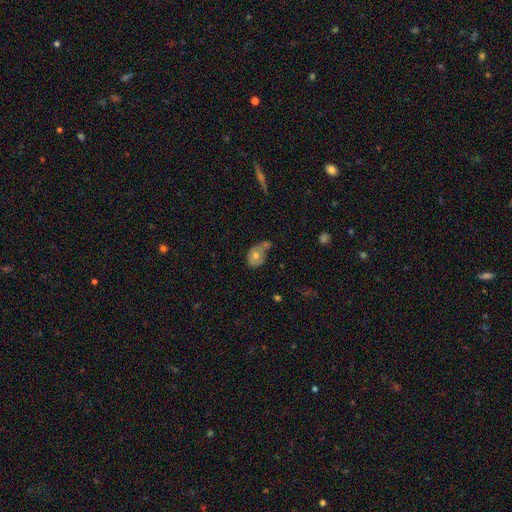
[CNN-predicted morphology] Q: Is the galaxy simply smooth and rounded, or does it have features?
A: smooth — 59%.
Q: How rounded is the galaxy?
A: in between — 65%.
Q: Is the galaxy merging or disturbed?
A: none — 34%.